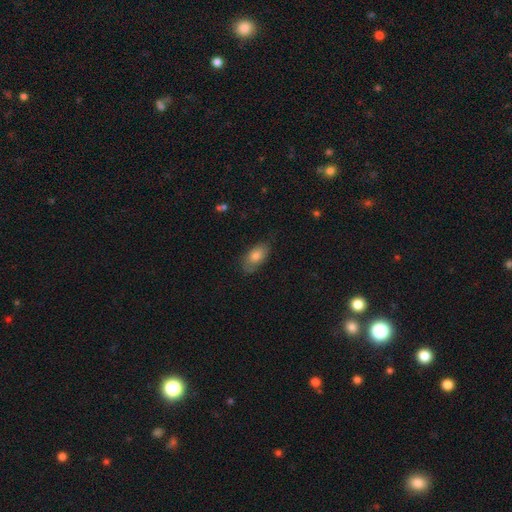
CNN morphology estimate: smooth-or-featured: smooth: 74% | featured or disk: 19% | star or artifact: 7%
  how-rounded: in between: 92% | round: 4% | cigar-shaped: 3%
  merging: none: 71% | minor disturbance: 22% | major disturbance: 5% | merger: 1%